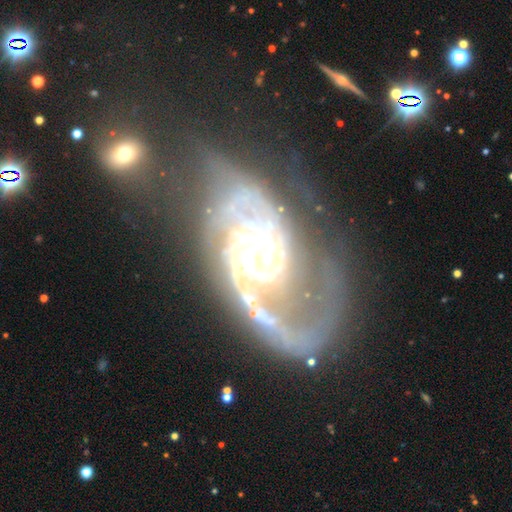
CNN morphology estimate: A featured or disk galaxy (90%) with no bar (49%), 2 (49%) tight (43%) spiral arms (97%) and a small central bulge (44%).

Vote fractions:
- Smooth or featured? featured or disk: 90% / star or artifact: 6% / smooth: 4%
- Edge-on disk? no: 97% / yes: 3%
- Bar? no: 49% / weak: 36% / strong: 15%
- Spiral arms? yes: 97% / no: 3%
- Spiral winding? tight: 43% / medium: 42% / loose: 15%
- Spiral arm count? 2: 49% / can't tell: 15% / 3: 14% / 1: 10% / 4: 6% / more than 4: 5%
- Bulge size? small: 44% / moderate: 36% / large: 9% / none: 9% / dominant: 2%
- Merging? none: 36% / major disturbance: 33% / minor disturbance: 17% / merger: 13%